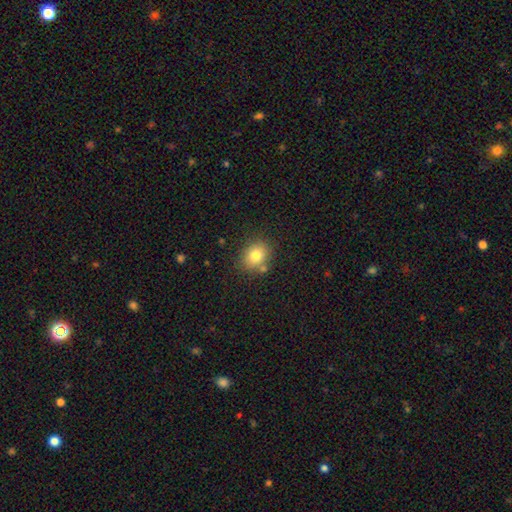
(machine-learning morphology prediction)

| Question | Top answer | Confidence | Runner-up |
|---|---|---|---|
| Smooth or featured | smooth | 78% | star or artifact (11%) |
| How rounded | round | 60% | in between (40%) |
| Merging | none | 75% | minor disturbance (13%) |